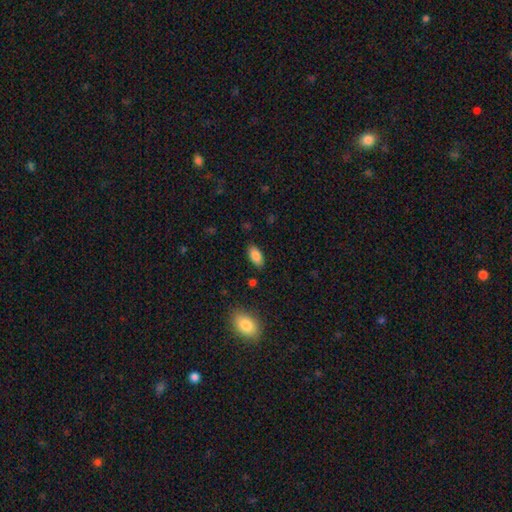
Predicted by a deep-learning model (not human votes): smooth-or-featured: smooth: 86% | star or artifact: 7% | featured or disk: 6%
  how-rounded: in between: 92% | cigar-shaped: 5% | round: 3%
  merging: none: 86% | minor disturbance: 10% | major disturbance: 3% | merger: 2%